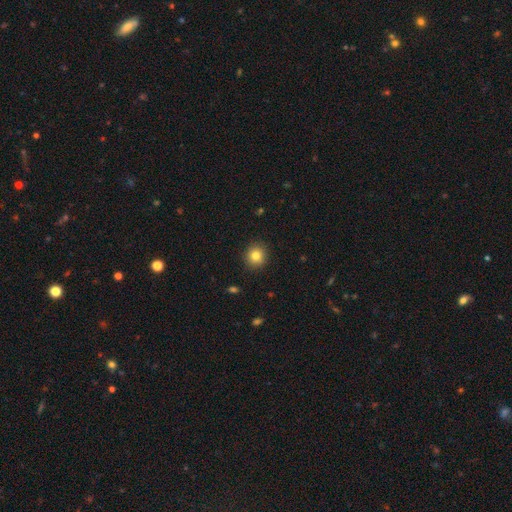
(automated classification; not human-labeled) Smooth or featured? Predicted: smooth (p=0.82). How rounded? Predicted: round (p=0.90). Merging? Predicted: none (p=0.91).